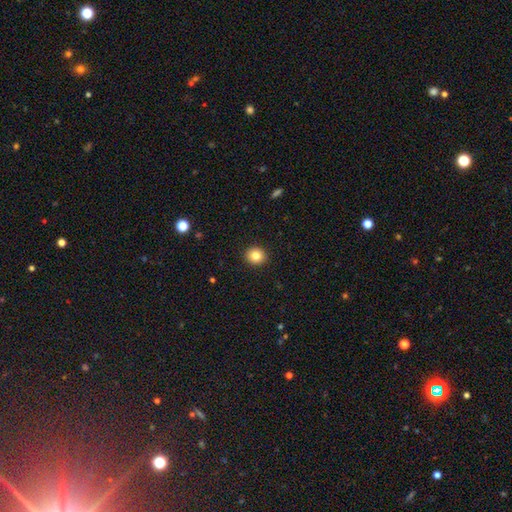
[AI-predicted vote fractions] Smooth or featured: smooth — 82% (star or artifact — 10%)
How rounded: round — 84% (in between — 15%)
Merging: none — 93% (minor disturbance — 5%)